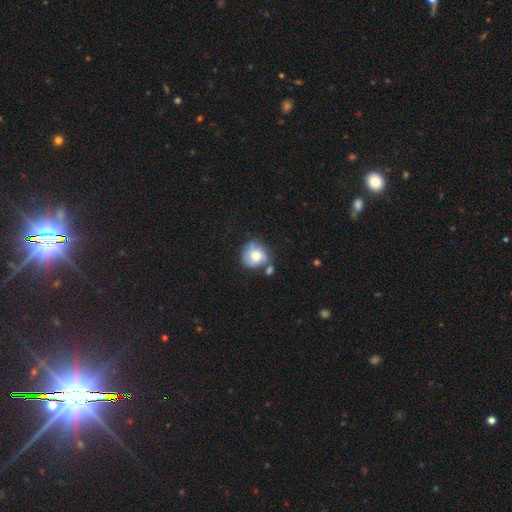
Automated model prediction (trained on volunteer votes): This is possibly a smooth galaxy (54%). How rounded: likely round (79%). Merging: possibly none (49%).